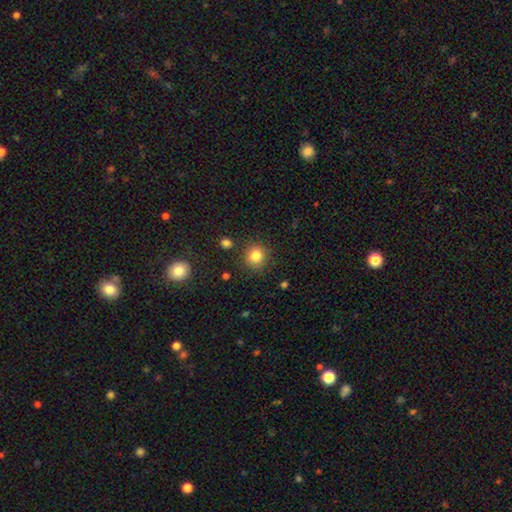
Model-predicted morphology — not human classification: Smooth or featured? Predicted: smooth (p=0.83). How rounded? Predicted: round (p=0.88). Merging? Predicted: none (p=0.85).